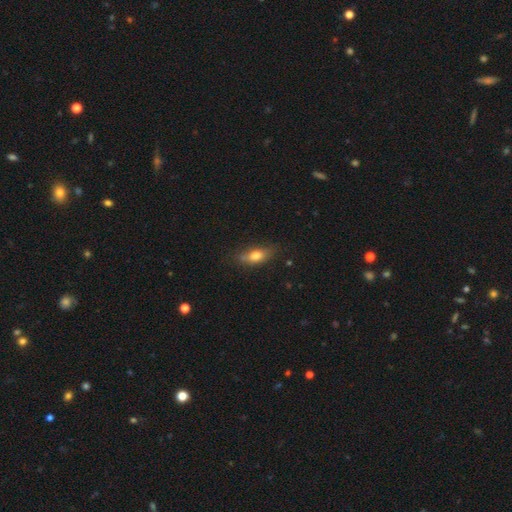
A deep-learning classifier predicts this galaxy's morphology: This is likely a smooth galaxy (73%). How rounded: likely in between (75%). Merging: likely none (67%).